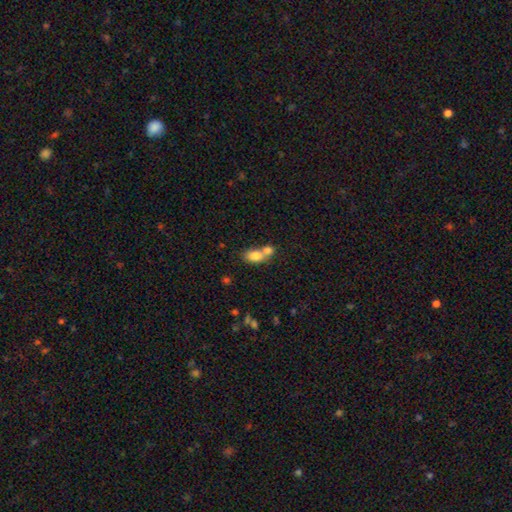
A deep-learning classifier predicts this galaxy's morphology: Smooth or featured? smooth (78%)
How rounded? in between (77%)
Merging? merger (64%)